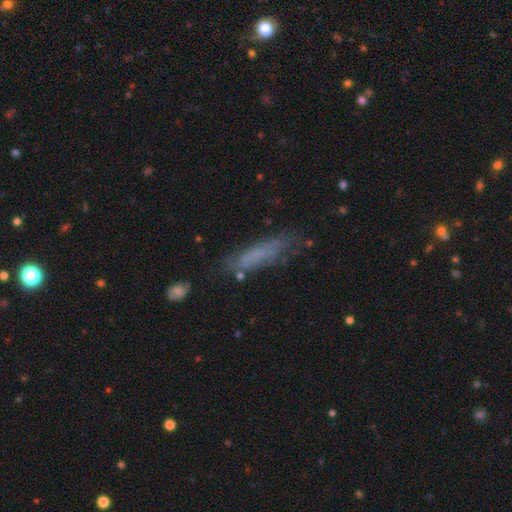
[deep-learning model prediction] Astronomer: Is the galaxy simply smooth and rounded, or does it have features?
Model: smooth — 62%.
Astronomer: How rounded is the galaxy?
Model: cigar-shaped — 74%.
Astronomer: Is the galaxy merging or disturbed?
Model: none — 64%.